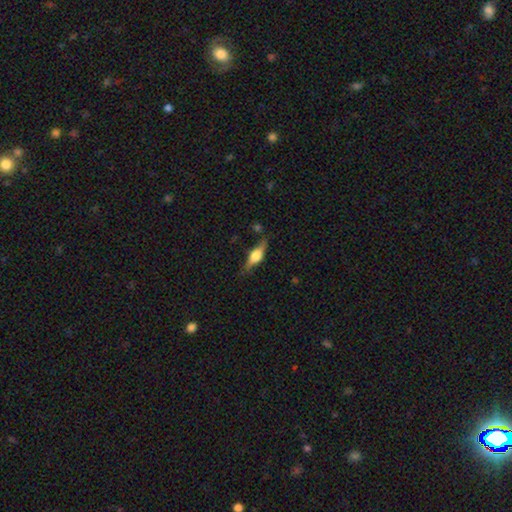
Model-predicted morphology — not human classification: smooth-or-featured: featured or disk: 54% | smooth: 39% | star or artifact: 7%
  disk-edge-on: yes: 92% | no: 8%
  merging: none: 73% | minor disturbance: 19% | major disturbance: 5% | merger: 3%